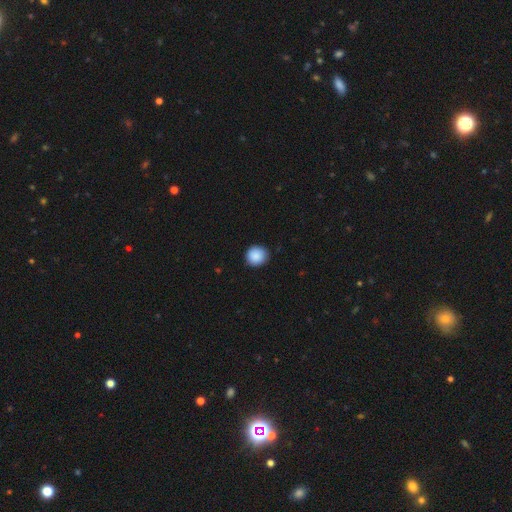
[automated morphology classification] Q: Smooth or featured?
A: smooth (89%); runner-up: star or artifact (8%)
Q: How rounded?
A: round (91%); runner-up: in between (8%)
Q: Merging?
A: none (89%); runner-up: minor disturbance (8%)